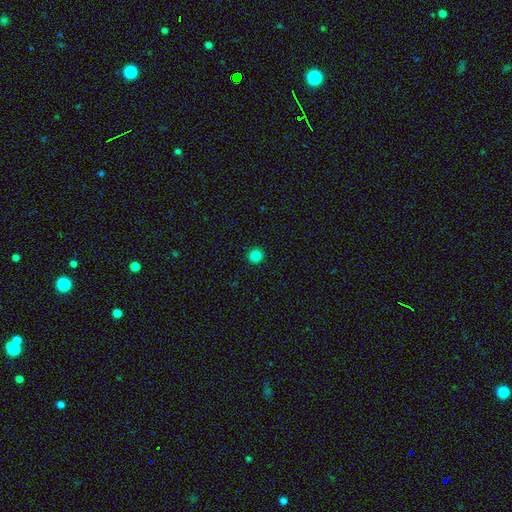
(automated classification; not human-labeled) Smooth or featured?
  - smooth: 83% *
  - star or artifact: 13%
  - featured or disk: 4%
How rounded?
  - round: 96% *
  - in between: 3%
  - cigar-shaped: 1%
Merging?
  - none: 94% *
  - minor disturbance: 4%
  - major disturbance: 1%
  - merger: 1%